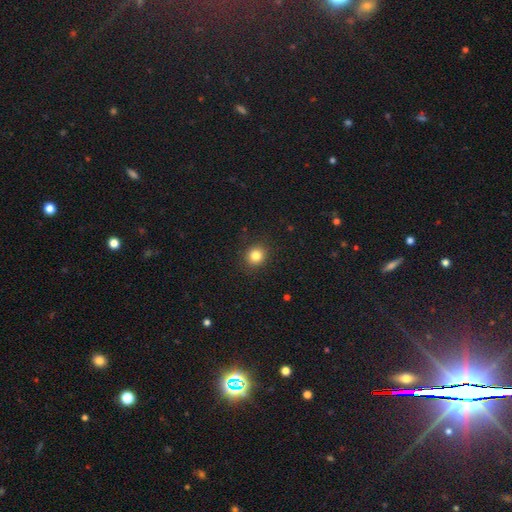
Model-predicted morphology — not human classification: Smooth or featured? Predicted: smooth (p=0.83). How rounded? Predicted: round (p=0.84). Merging? Predicted: none (p=0.90).